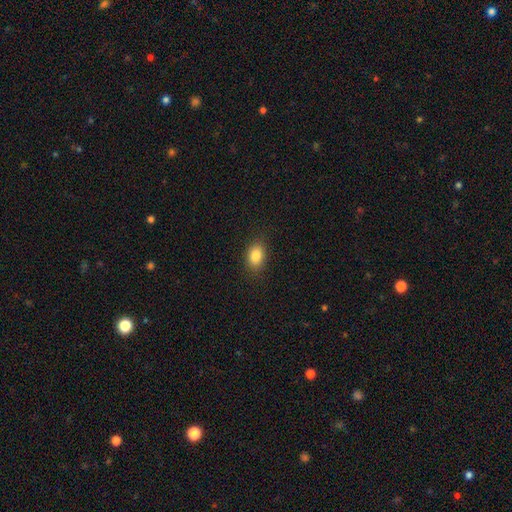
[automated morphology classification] This is clearly a smooth galaxy (84%). How rounded: likely in between (76%). Merging: clearly none (87%).